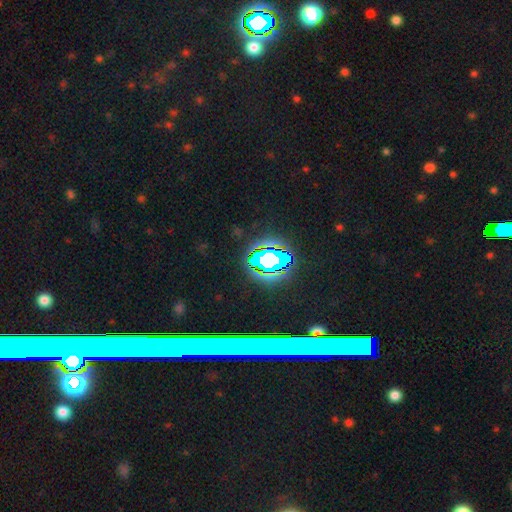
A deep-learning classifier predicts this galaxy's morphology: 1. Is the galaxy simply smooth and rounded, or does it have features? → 70% star or artifact, 18% featured or disk, 13% smooth.